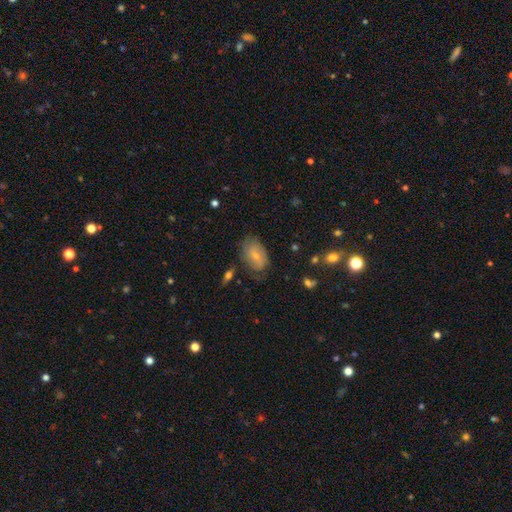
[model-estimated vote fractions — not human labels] Smooth or featured?
  - smooth: 67% *
  - featured or disk: 25%
  - star or artifact: 8%
How rounded?
  - in between: 87% *
  - round: 11%
  - cigar-shaped: 1%
Merging?
  - none: 64% *
  - minor disturbance: 25%
  - major disturbance: 8%
  - merger: 2%